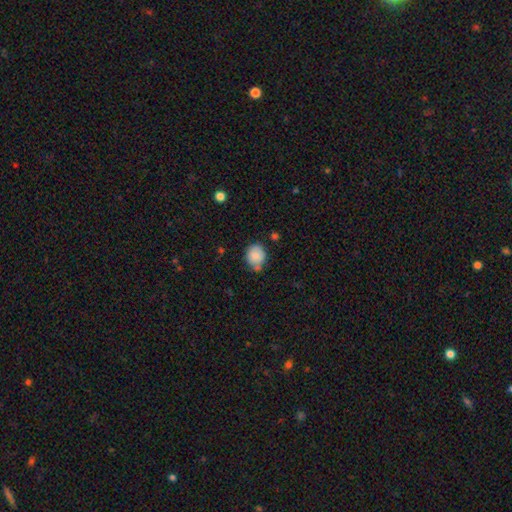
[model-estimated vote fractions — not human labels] Smooth or featured? smooth (84%)
How rounded? round (67%)
Merging? none (62%)